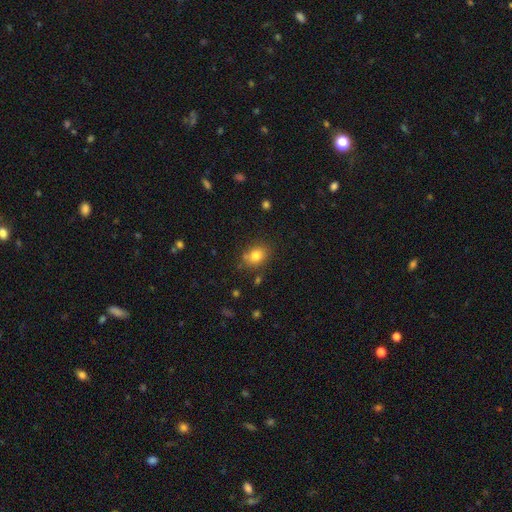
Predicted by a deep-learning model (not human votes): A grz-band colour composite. It shows a smooth galaxy with no disk features (80%) that is in between round and cigar-shaped (58%). Merging: none (76%).